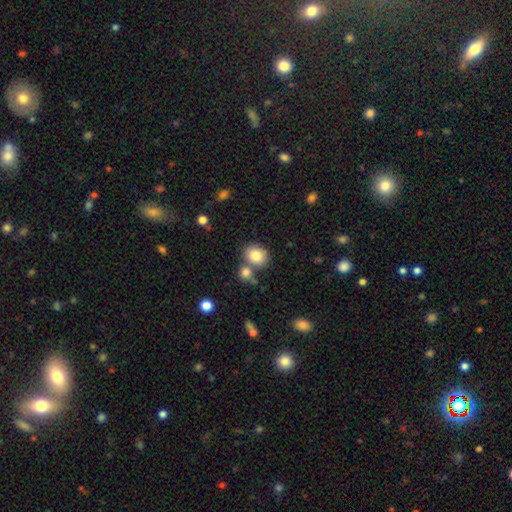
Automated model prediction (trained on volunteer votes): Smooth or featured? Predicted: smooth (p=0.82). How rounded? Predicted: round (p=0.60). Merging? Predicted: none (p=0.61).